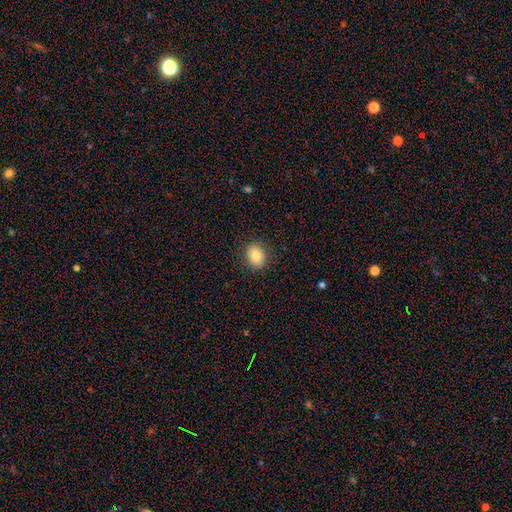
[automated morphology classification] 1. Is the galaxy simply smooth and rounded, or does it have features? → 82% smooth, 9% star or artifact, 9% featured or disk.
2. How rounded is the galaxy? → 54% round, 46% in between, 1% cigar-shaped.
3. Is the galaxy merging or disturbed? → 88% none, 8% minor disturbance, 2% major disturbance, 1% merger.